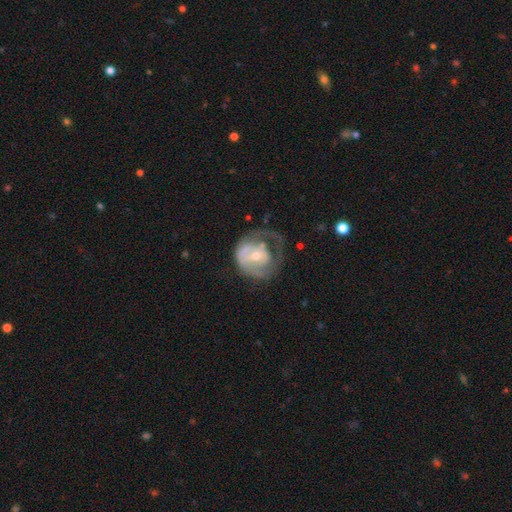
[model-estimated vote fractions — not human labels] Morphology: type=featured or disk (65%); edge-on=no (97%); bar=no (63%); spiral arms=yes (63%); bulge=small (50%); merging=major disturbance (47%).